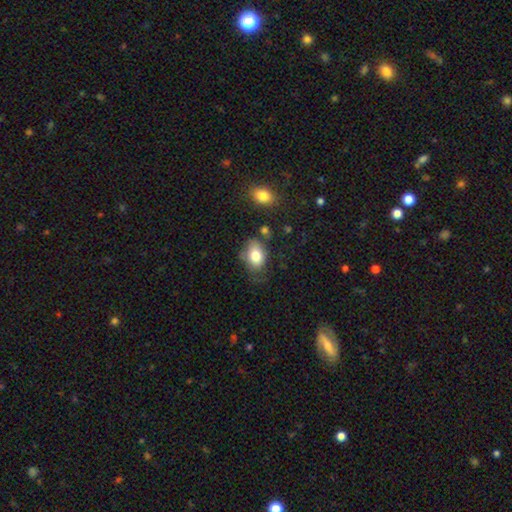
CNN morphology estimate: The model was most divided on "merging": none: 56%, minor disturbance: 27%, major disturbance: 10%, merger: 7%. More confident: smooth or featured — smooth (80%); how rounded — in between (75%).